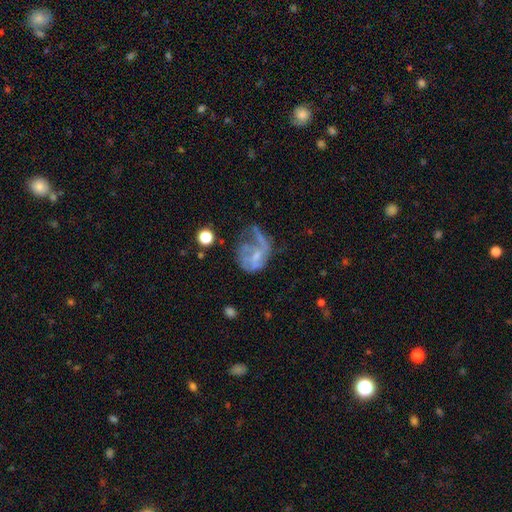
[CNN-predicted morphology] The model was most divided on "bulge size": small: 46%, none: 33%, moderate: 18%, large: 2%, dominant: 1%. Remaining: edge-on disk — no (97%); bar — no (68%); smooth or featured — featured or disk (59%); spiral arms — no (57%); merging — major disturbance (49%).